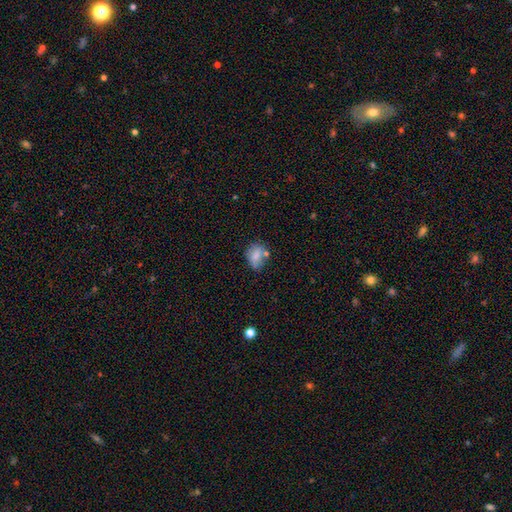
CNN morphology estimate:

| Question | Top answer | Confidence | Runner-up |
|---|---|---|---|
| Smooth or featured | smooth | 72% | featured or disk (17%) |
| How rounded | in between | 64% | round (33%) |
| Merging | none | 51% | minor disturbance (25%) |